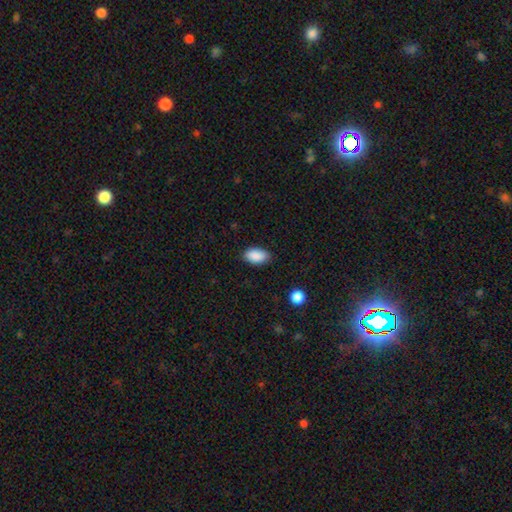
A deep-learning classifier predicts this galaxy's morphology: Q: Smooth or featured?
A: smooth (89%); runner-up: star or artifact (7%)
Q: How rounded?
A: in between (93%); runner-up: round (5%)
Q: Merging?
A: none (85%); runner-up: minor disturbance (12%)